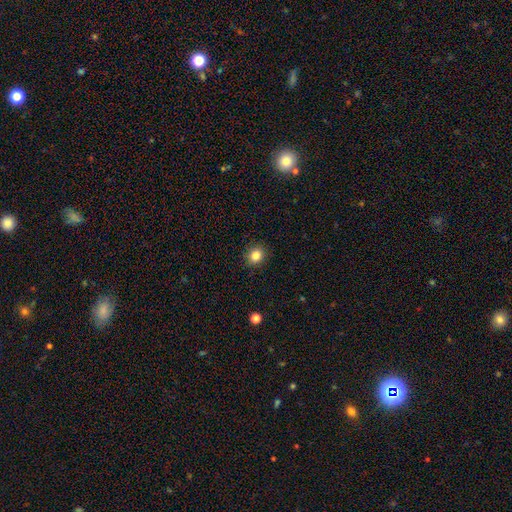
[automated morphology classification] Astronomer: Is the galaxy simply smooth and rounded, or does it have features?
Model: smooth — 84%.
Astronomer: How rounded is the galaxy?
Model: round — 79%.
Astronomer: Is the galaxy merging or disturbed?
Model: none — 91%.